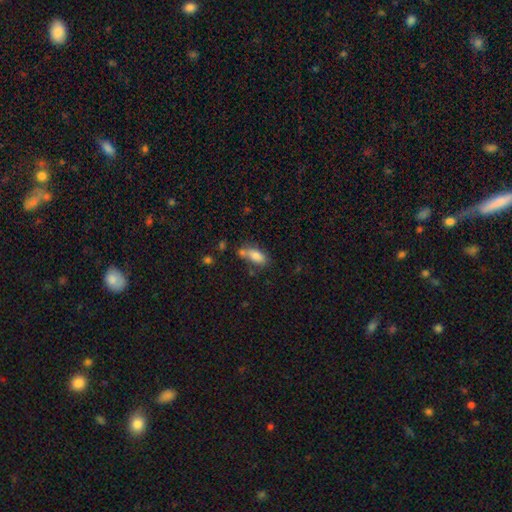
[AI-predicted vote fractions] A smooth galaxy with no disk features (80%) that is in between round and cigar-shaped (83%).

Vote fractions:
- Smooth or featured? smooth: 80% / featured or disk: 11% / star or artifact: 9%
- How rounded? in between: 83% / cigar-shaped: 13% / round: 4%
- Merging? none: 46% / merger: 24% / minor disturbance: 22% / major disturbance: 8%